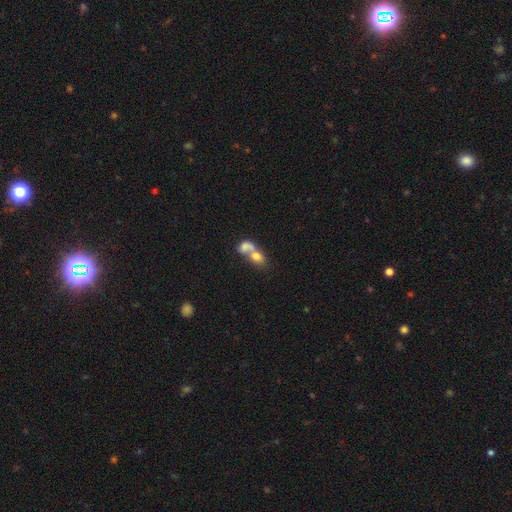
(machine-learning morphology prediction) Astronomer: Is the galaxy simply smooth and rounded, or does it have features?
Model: smooth — 72%.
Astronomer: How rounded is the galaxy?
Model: in between — 65%.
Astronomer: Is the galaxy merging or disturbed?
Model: merger — 78%.